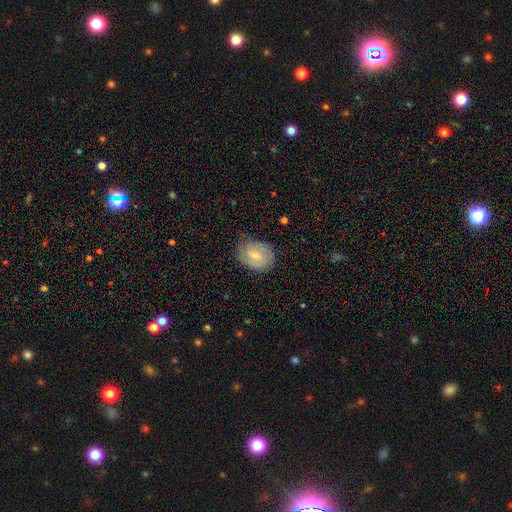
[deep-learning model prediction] This is possibly a featured or disk galaxy (47%). Merging: likely none (72%).